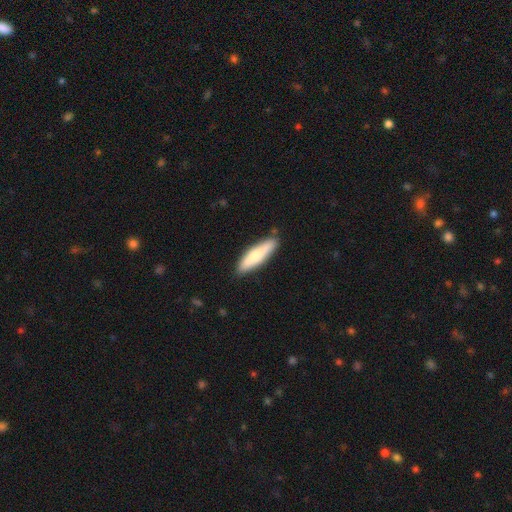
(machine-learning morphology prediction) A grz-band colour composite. It shows a smooth galaxy with no disk features (71%) that is cigar-shaped (73%). Merging: none (86%).